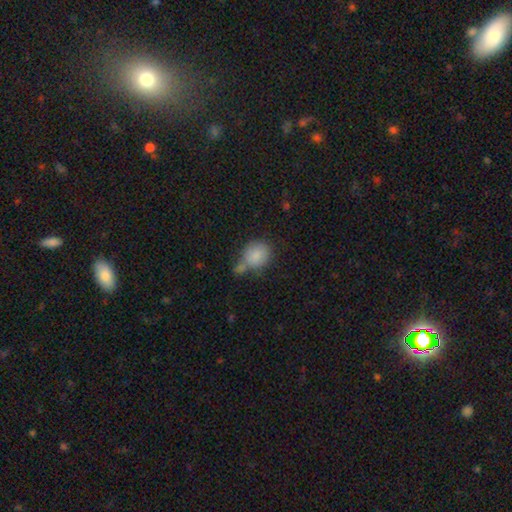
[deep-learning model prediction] Smooth or featured?
  - smooth: 83% *
  - featured or disk: 9%
  - star or artifact: 8%
How rounded?
  - round: 69% *
  - in between: 30%
  - cigar-shaped: 1%
Merging?
  - none: 39% *
  - merger: 32%
  - minor disturbance: 19%
  - major disturbance: 9%